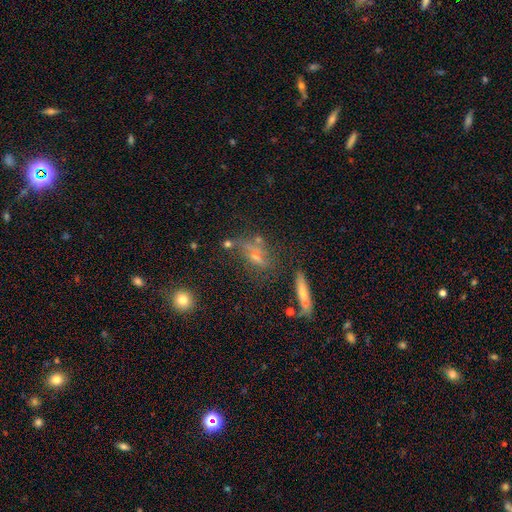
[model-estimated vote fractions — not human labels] Morphology: type=featured or disk (39%); merging=none (48%).